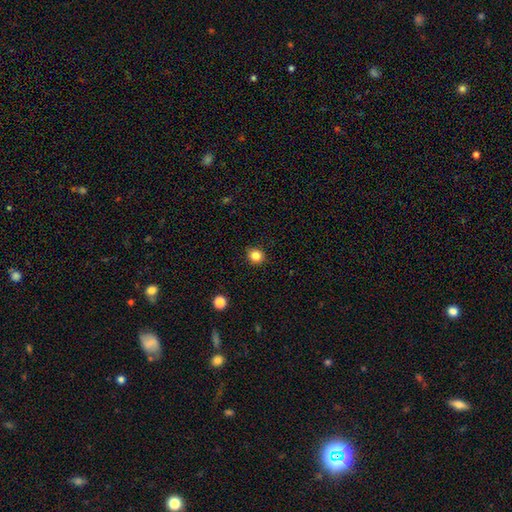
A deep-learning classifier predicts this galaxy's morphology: Overall: smooth (84%). How rounded: round (82%). Merging: none (90%).